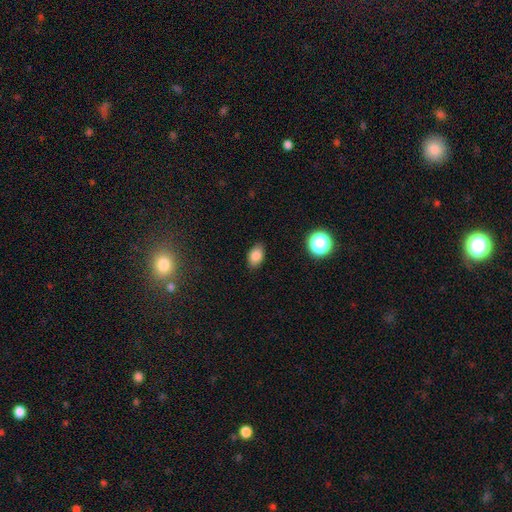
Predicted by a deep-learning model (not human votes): The model was most divided on "smooth or featured": smooth: 84%, star or artifact: 10%, featured or disk: 6%. More confident: how rounded — in between (87%); merging — none (86%).